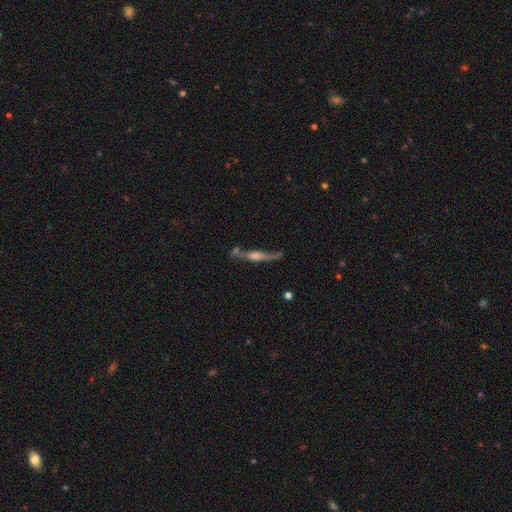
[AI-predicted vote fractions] The model was most divided on "merging": none: 59%, minor disturbance: 20%, merger: 12%, major disturbance: 8%. More confident: edge-on disk — yes (88%); edge-on bulge — rounded (72%); smooth or featured — featured or disk (71%).